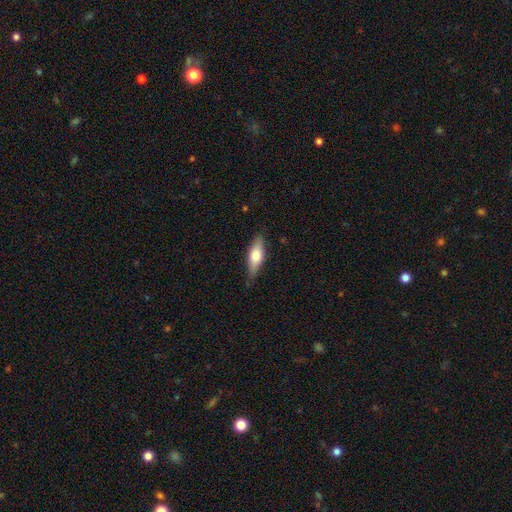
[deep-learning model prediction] Smooth or featured? smooth (62%)
How rounded? in between (58%)
Merging? none (80%)